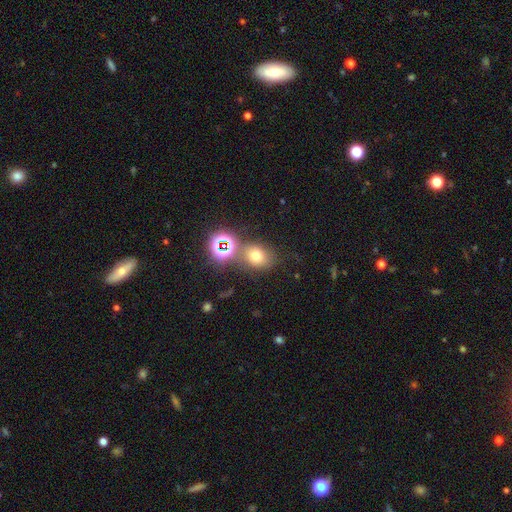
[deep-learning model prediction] smooth_or_featured: smooth (p=0.64) [alt: star or artifact p=0.25]
how_rounded: round (p=0.54) [alt: in between p=0.45]
merging: none (p=0.65) [alt: merger p=0.17]